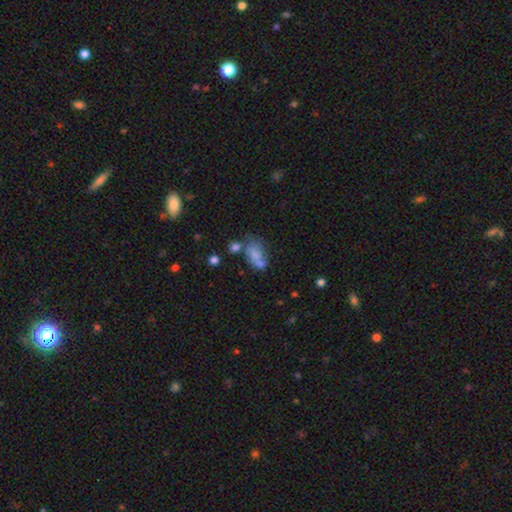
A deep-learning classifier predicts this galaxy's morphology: A smooth galaxy with no disk features (66%) that is in between round and cigar-shaped (85%). Merging: merger (36%).